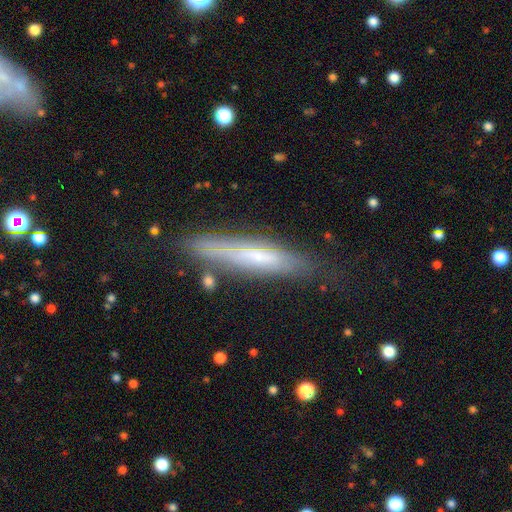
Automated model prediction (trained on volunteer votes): A featured or disk galaxy (55%) viewed edge-on (84%). Merging: none (74%).